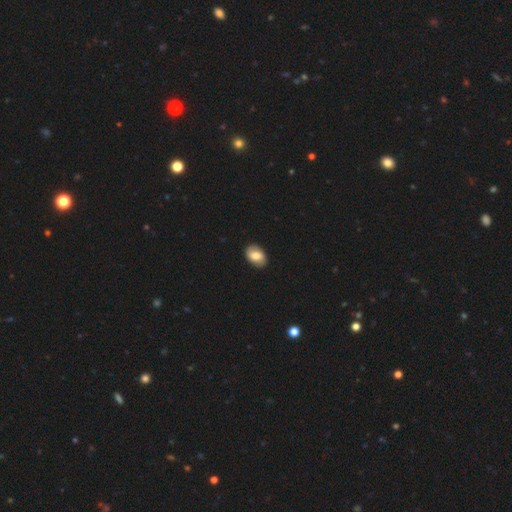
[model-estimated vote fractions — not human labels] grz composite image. It shows a smooth galaxy with no disk features (69%) that is in between round and cigar-shaped (85%). Merging: none (87%).